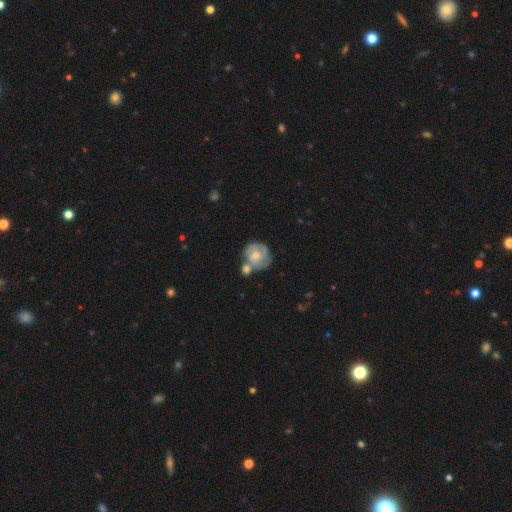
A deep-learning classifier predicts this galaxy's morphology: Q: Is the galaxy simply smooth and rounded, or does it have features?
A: featured or disk — 64%.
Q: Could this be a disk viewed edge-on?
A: no — 98%.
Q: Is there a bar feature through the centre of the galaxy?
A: no — 64%.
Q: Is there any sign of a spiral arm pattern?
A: yes — 82%.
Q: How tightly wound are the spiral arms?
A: tight — 55%.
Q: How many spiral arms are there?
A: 2 — 31%, tied with can't tell.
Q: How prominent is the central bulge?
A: moderate — 49%.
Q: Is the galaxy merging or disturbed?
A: none — 42%.